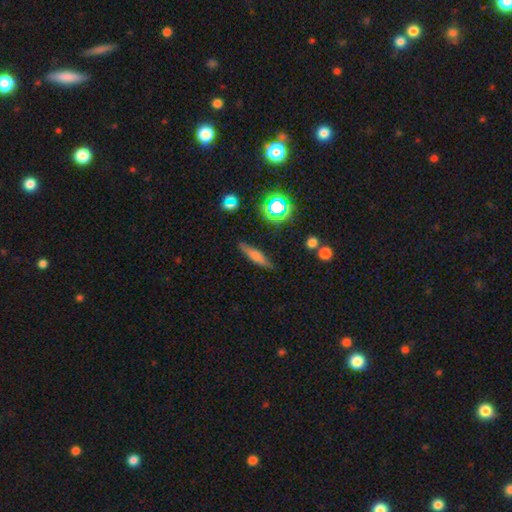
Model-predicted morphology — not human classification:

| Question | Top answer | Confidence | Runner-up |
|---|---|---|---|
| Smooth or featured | smooth | 61% | featured or disk (26%) |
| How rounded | cigar-shaped | 77% | in between (19%) |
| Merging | none | 83% | minor disturbance (11%) |